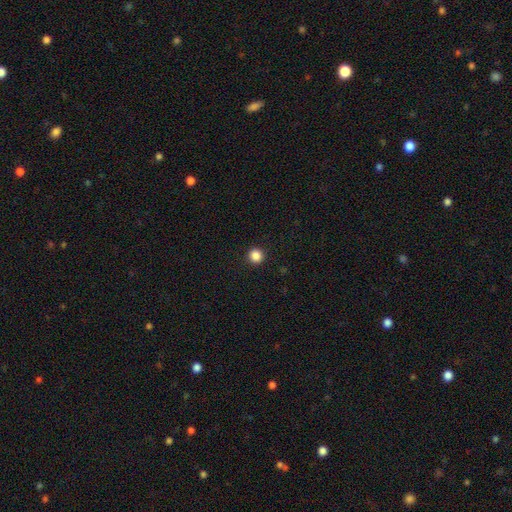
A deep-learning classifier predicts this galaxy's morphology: A smooth galaxy with no disk features (86%) that is round (95%).

Vote fractions:
- Smooth or featured? smooth: 86% / star or artifact: 11% / featured or disk: 3%
- How rounded? round: 95% / in between: 4% / cigar-shaped: 1%
- Merging? none: 93% / minor disturbance: 4% / major disturbance: 2% / merger: 1%